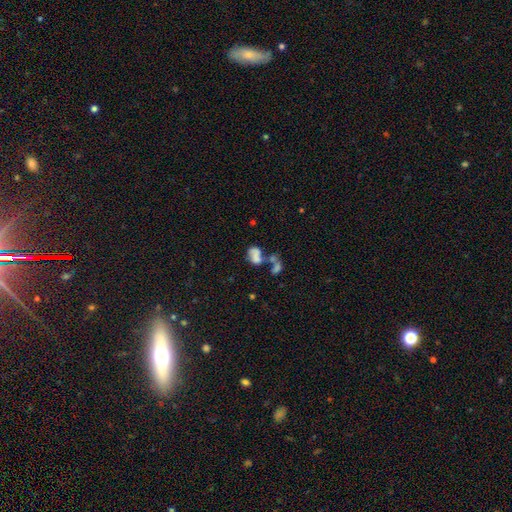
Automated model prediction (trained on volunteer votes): Smooth or featured? Predicted: smooth (p=0.56). How rounded? Predicted: in between (p=0.78). Merging? Predicted: merger (p=0.56).